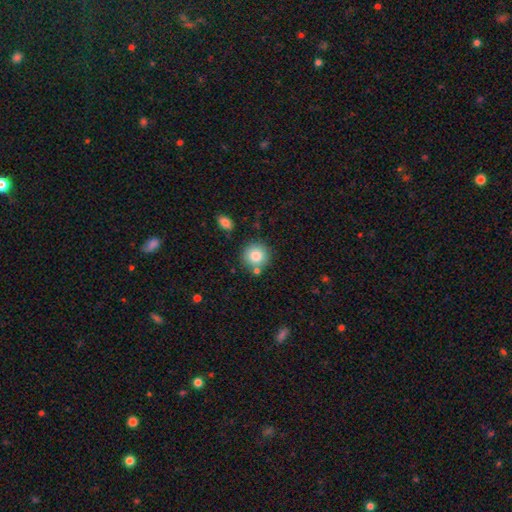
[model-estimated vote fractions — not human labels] Smooth or featured?
  - smooth: 82% *
  - star or artifact: 9%
  - featured or disk: 9%
How rounded?
  - round: 92% *
  - in between: 7%
  - cigar-shaped: 1%
Merging?
  - none: 78% *
  - minor disturbance: 10%
  - merger: 10%
  - major disturbance: 3%